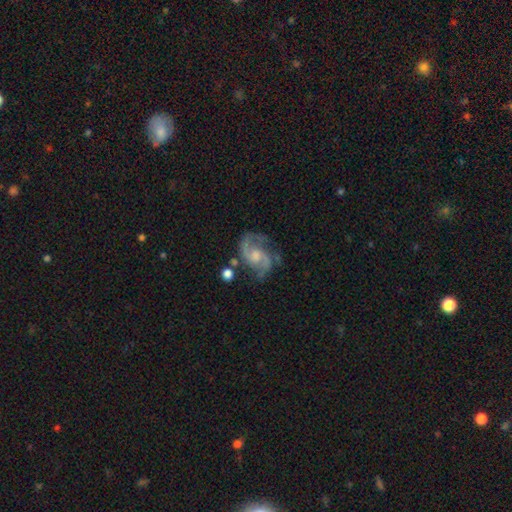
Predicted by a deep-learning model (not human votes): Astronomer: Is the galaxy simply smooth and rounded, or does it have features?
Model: featured or disk — 90%.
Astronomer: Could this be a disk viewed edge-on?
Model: no — 98%.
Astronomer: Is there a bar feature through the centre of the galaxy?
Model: no — 50% (runner-up: weak, 42%).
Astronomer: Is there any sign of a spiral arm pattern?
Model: yes — 97%.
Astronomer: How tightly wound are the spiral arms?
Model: medium — 57%.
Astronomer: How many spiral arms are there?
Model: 2 — 90%.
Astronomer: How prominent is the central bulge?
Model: moderate — 42% (runner-up: small, 36%).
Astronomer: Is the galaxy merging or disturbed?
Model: none — 67%.